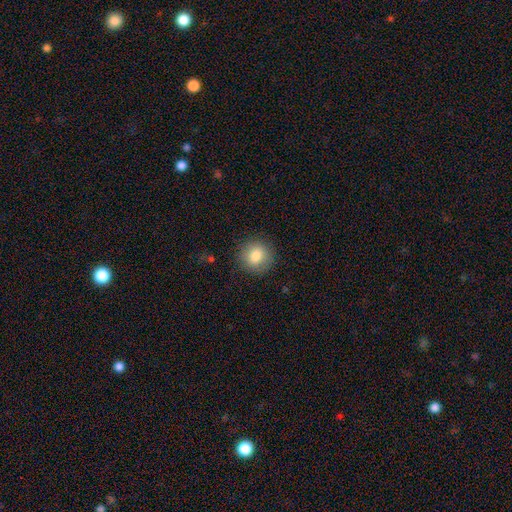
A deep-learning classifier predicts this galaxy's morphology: smooth 83%, star or artifact 9%, featured or disk 8%. Down the decision tree: how rounded — round (90%); merging — none (88%).